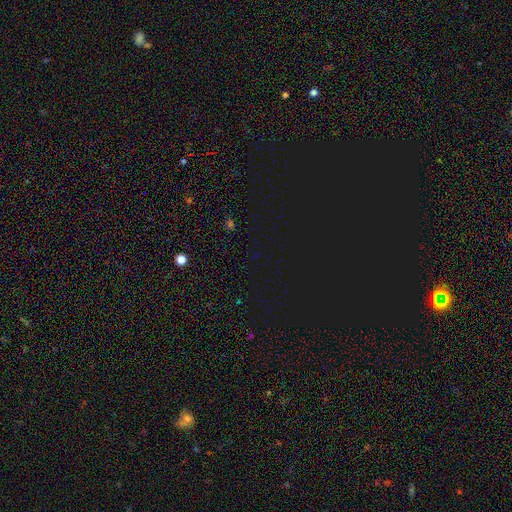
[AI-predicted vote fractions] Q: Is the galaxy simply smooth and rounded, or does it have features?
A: star or artifact — 75%.